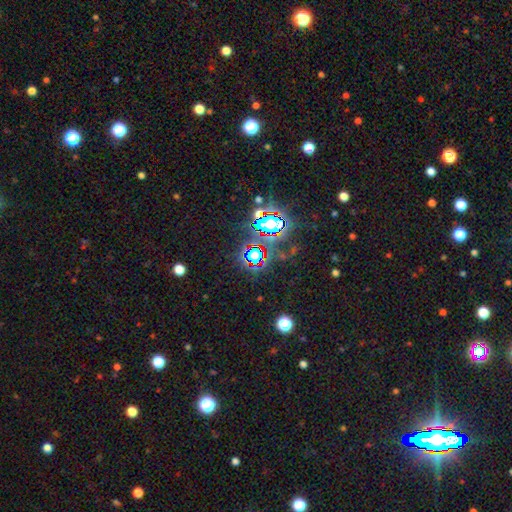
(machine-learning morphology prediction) This is clearly a star or artifact rather than a galaxy (82%).